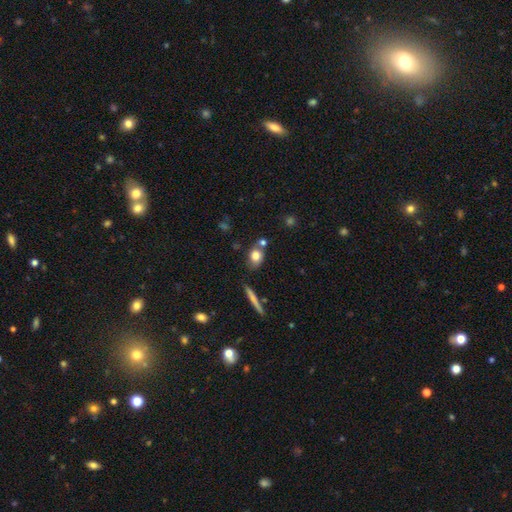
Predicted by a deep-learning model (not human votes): Morphology: type=smooth (77%); roundness=in between (57%); merging=none (61%).